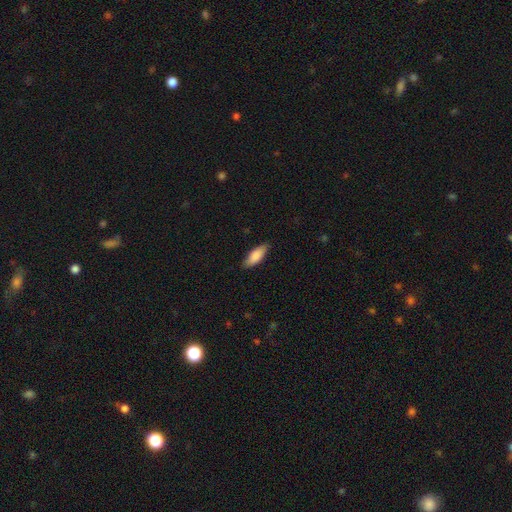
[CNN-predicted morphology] type=smooth (84%); roundness=in between (70%); merging=none (83%).